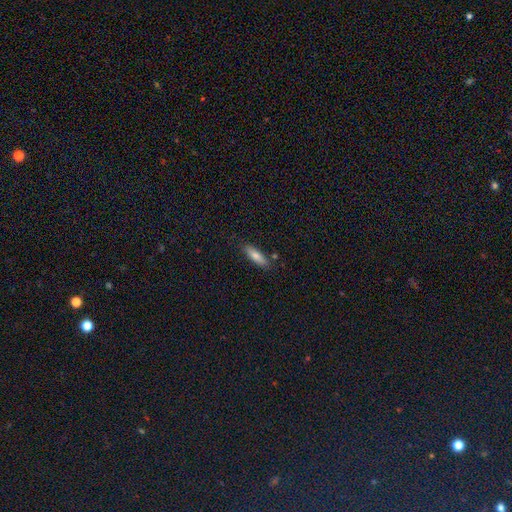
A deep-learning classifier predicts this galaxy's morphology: Q: Smooth or featured?
A: smooth (76%); runner-up: featured or disk (17%)
Q: How rounded?
A: cigar-shaped (56%); runner-up: in between (42%)
Q: Merging?
A: none (83%); runner-up: minor disturbance (12%)